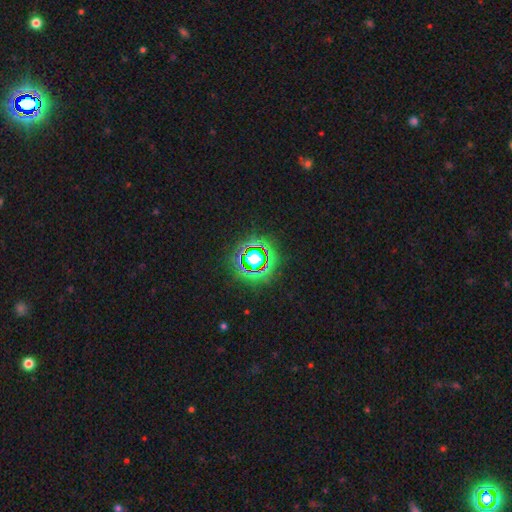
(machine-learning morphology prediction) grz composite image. It shows a star or artifact, not a galaxy (79%).